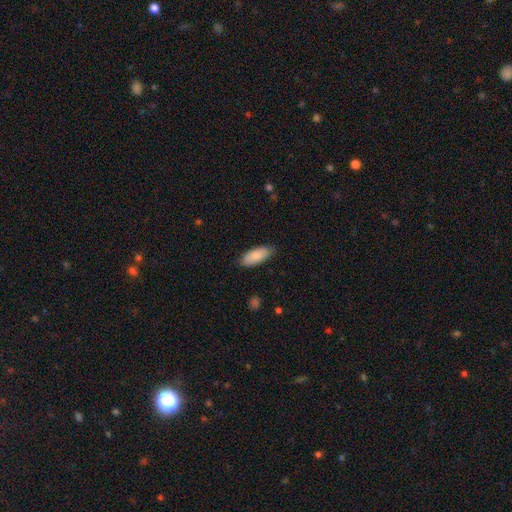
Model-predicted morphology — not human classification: The model was most divided on "how rounded": in between: 83%, cigar-shaped: 15%, round: 2%. More confident: smooth or featured — smooth (86%); merging — none (84%).